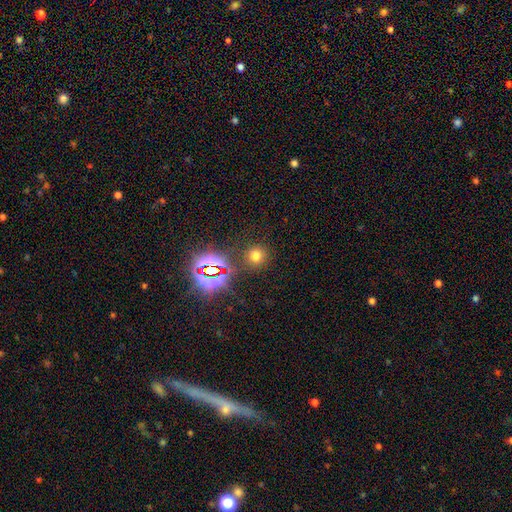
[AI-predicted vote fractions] smooth_or_featured: smooth (p=0.66) [alt: star or artifact p=0.27]
how_rounded: round (p=0.90) [alt: in between p=0.09]
merging: none (p=0.84) [alt: minor disturbance p=0.08]